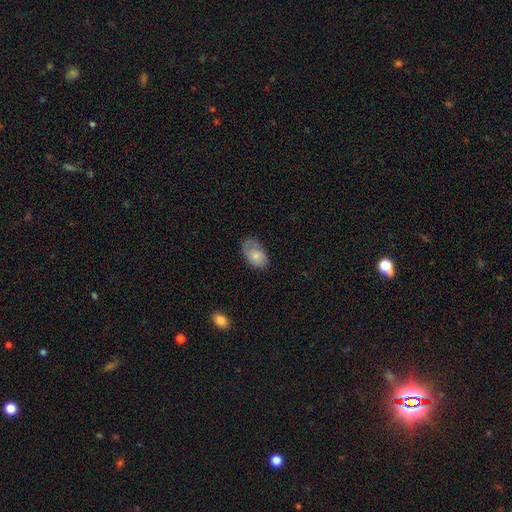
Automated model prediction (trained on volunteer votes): Q: Smooth or featured?
A: smooth (76%); runner-up: featured or disk (17%)
Q: How rounded?
A: in between (91%); runner-up: round (7%)
Q: Merging?
A: none (58%); runner-up: minor disturbance (30%)